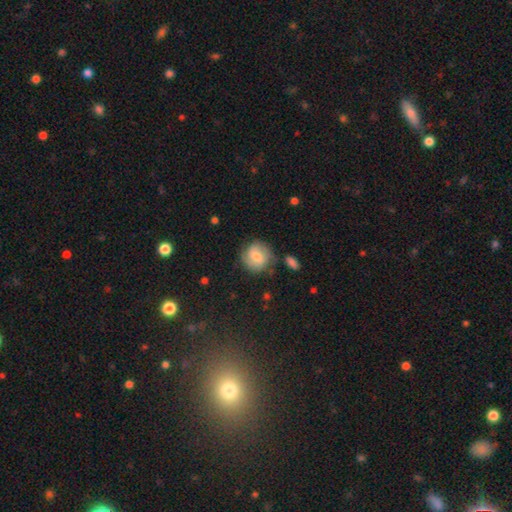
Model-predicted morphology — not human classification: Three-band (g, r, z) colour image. It shows a smooth galaxy with no disk features (55%) that is round (85%). Merging: none (73%).